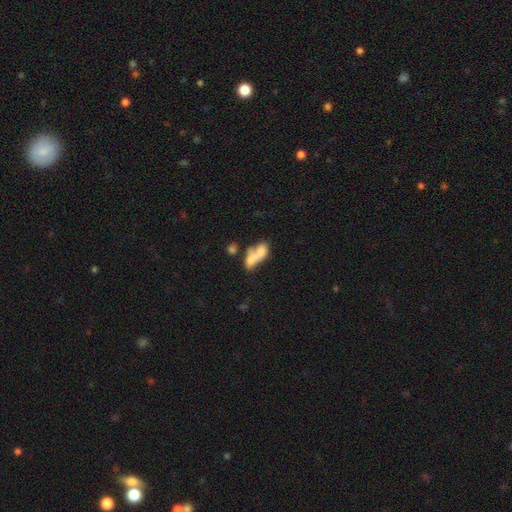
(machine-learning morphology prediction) This appears to be a smooth galaxy with no disk features (60%) that is in between round and cigar-shaped (77%). Merging: merger (63%).